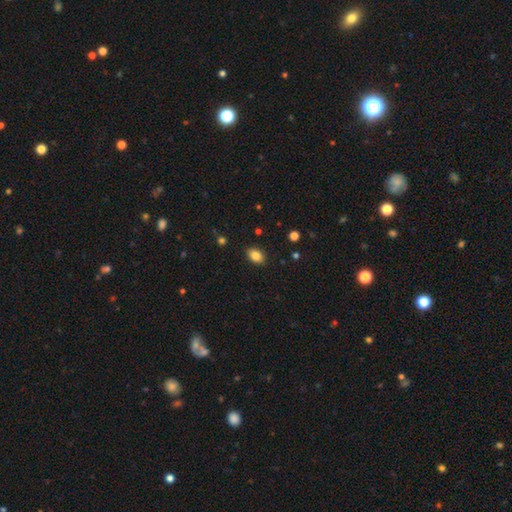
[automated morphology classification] Smooth or featured?
  - smooth: 85% *
  - star or artifact: 9%
  - featured or disk: 6%
How rounded?
  - in between: 77% *
  - round: 21%
  - cigar-shaped: 1%
Merging?
  - none: 88% *
  - minor disturbance: 9%
  - major disturbance: 2%
  - merger: 1%